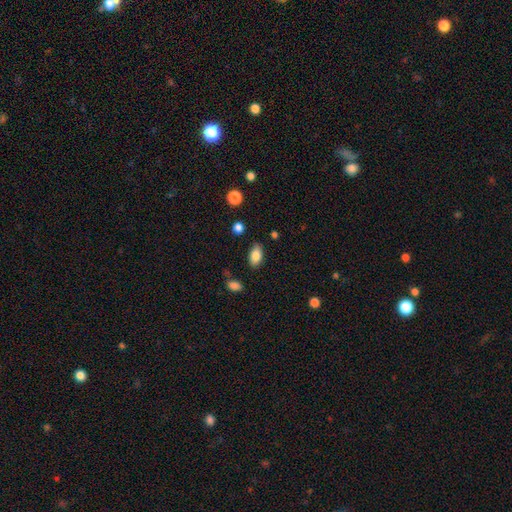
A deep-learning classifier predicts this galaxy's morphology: This is clearly a smooth galaxy (84%). How rounded: clearly in between (91%). Merging: clearly none (83%).